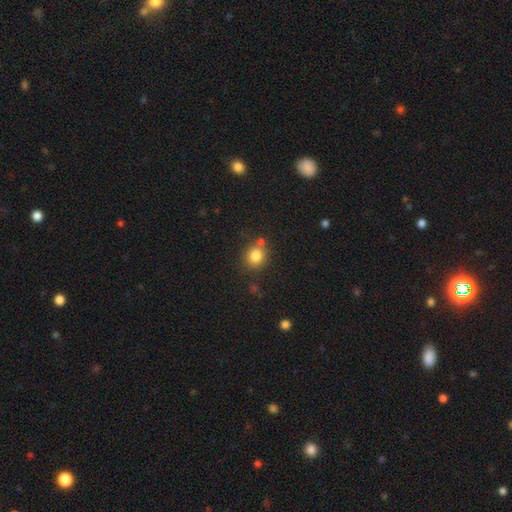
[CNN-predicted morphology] smooth-or-featured: smooth: 82% | star or artifact: 11% | featured or disk: 7%
  how-rounded: round: 79% | in between: 20% | cigar-shaped: 1%
  merging: none: 72% | merger: 13% | minor disturbance: 12% | major disturbance: 3%